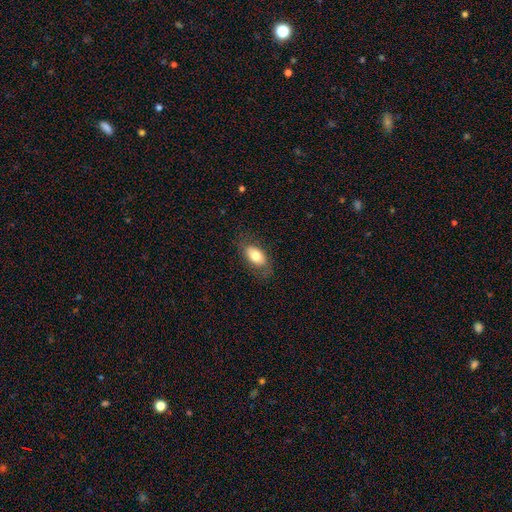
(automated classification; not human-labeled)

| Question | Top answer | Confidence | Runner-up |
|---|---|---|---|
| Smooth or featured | smooth | 74% | featured or disk (19%) |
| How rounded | in between | 91% | round (6%) |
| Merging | none | 77% | minor disturbance (16%) |